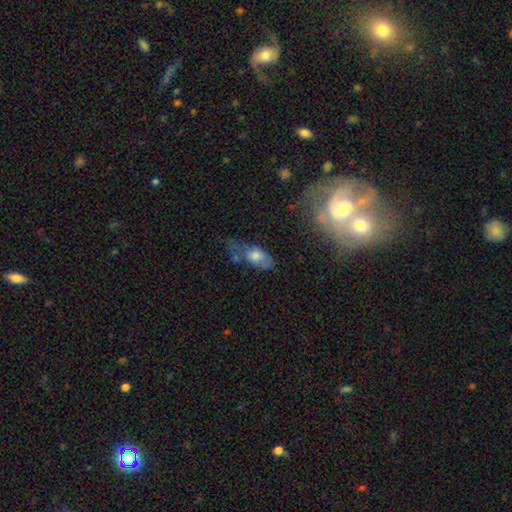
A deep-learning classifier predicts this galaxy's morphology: smooth 61%, featured or disk 29%, star or artifact 10%. Down the decision tree: how rounded — in between (82%); merging — none (34%).